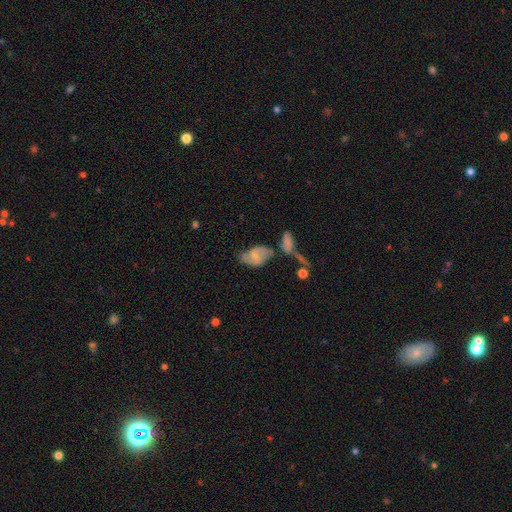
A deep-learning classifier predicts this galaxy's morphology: A smooth galaxy with no disk features (46%).

Vote fractions:
- Smooth or featured? smooth: 46% / featured or disk: 45% / star or artifact: 9%
- Merging? none: 48% / minor disturbance: 22% / merger: 19% / major disturbance: 12%